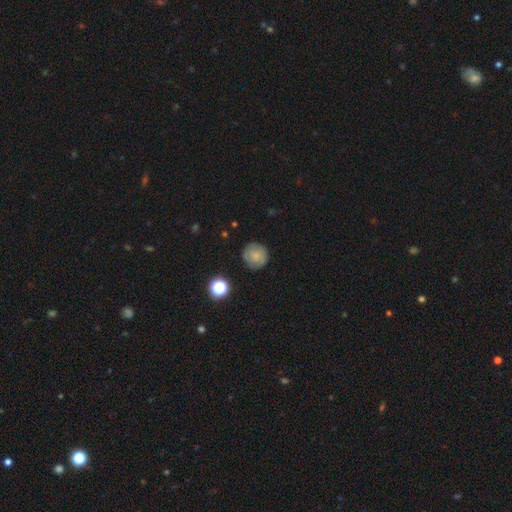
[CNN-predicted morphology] Q: Smooth or featured?
A: smooth (69%); runner-up: featured or disk (21%)
Q: How rounded?
A: round (93%); runner-up: in between (6%)
Q: Merging?
A: none (83%); runner-up: minor disturbance (12%)